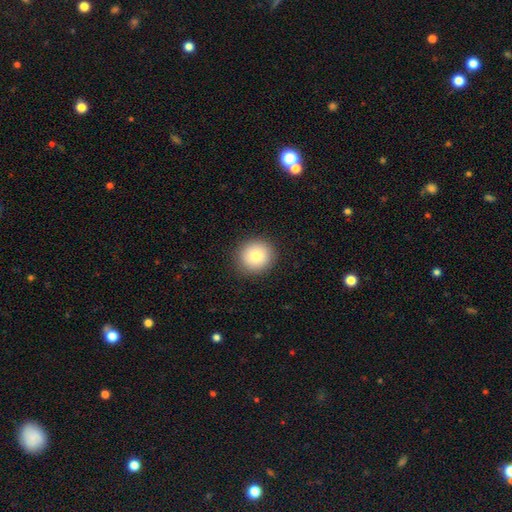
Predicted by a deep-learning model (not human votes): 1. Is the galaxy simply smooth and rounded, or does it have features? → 82% smooth, 9% star or artifact, 8% featured or disk.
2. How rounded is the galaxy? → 90% round, 9% in between, 1% cigar-shaped.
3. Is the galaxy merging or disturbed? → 90% none, 6% minor disturbance, 2% major disturbance, 1% merger.